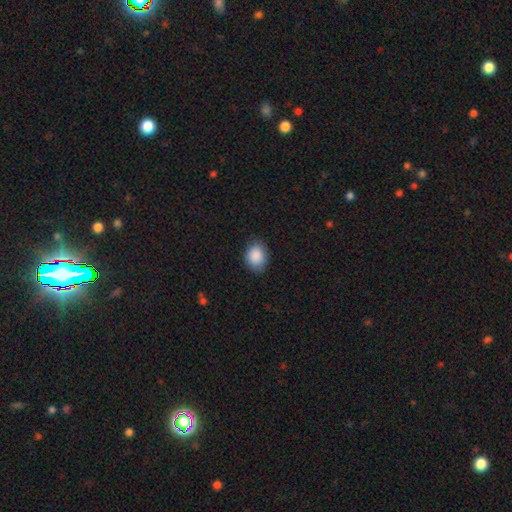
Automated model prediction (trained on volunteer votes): This appears to be a smooth galaxy with no disk features (89%) that is in between round and cigar-shaped (63%). Merging: none (83%).